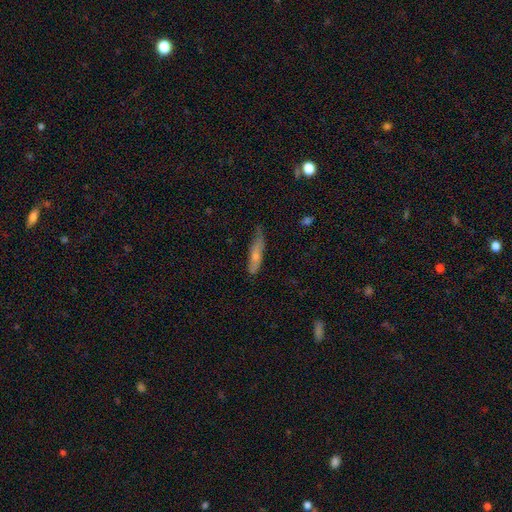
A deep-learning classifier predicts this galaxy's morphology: A smooth galaxy with no disk features (62%) that is cigar-shaped (73%). Merging: none (53%).